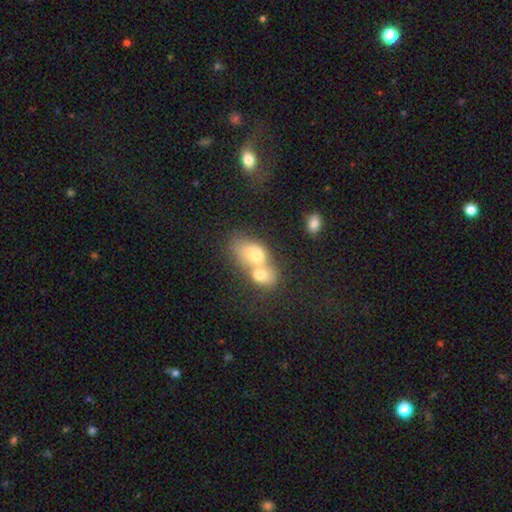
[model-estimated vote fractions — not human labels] A smooth galaxy with no disk features (68%) that is in between round and cigar-shaped (72%).

Vote fractions:
- Smooth or featured? smooth: 68% / featured or disk: 23% / star or artifact: 9%
- How rounded? in between: 72% / round: 25% / cigar-shaped: 3%
- Merging? merger: 77% / none: 13% / minor disturbance: 6% / major disturbance: 5%